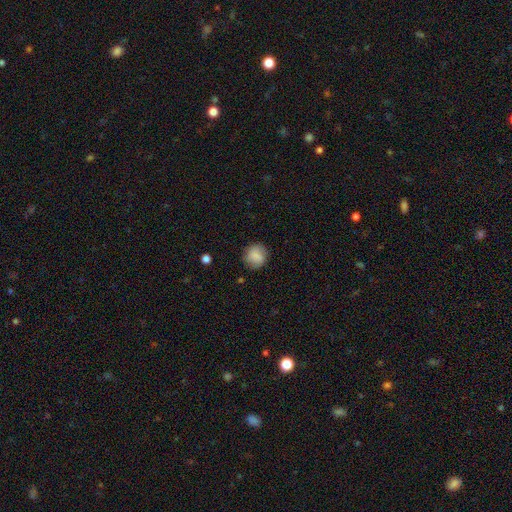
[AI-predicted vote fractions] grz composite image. It shows a smooth galaxy with no disk features (79%) that is round (88%). Merging: none (82%).